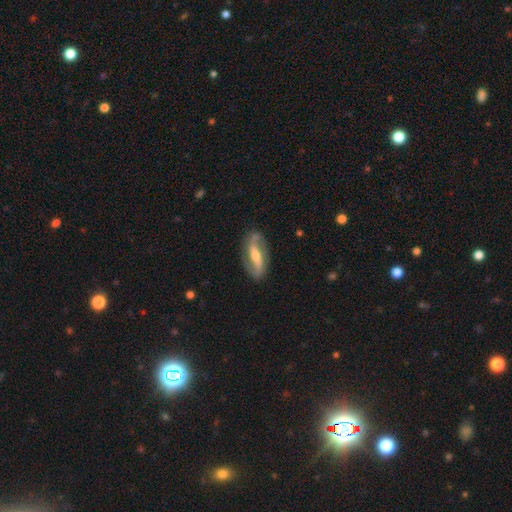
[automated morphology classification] type=featured or disk (81%); edge-on=no (90%); bar=strong (47%); spiral arms=yes (92%); winding=loose (41%); arm count=2 (91%); bulge=moderate (53%); merging=none (84%).